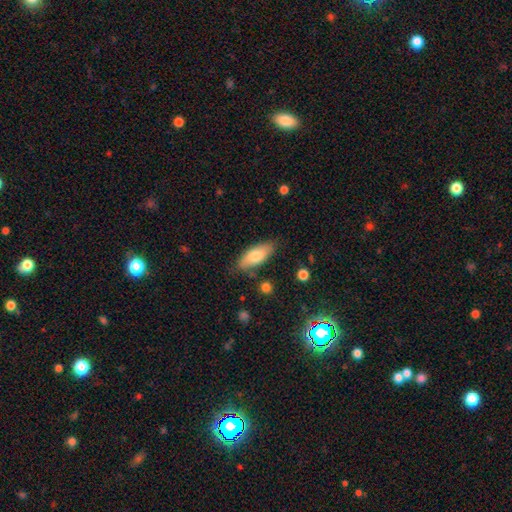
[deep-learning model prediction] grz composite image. It shows a smooth galaxy with no disk features (75%) that is in between round and cigar-shaped (77%). Merging: none (80%).